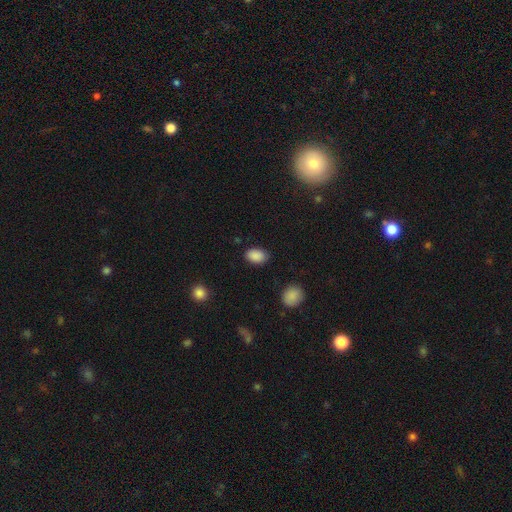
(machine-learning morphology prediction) The model was most divided on "merging": none: 84%, minor disturbance: 12%, major disturbance: 3%, merger: 1%. More confident: smooth or featured — smooth (88%); how rounded — in between (86%).